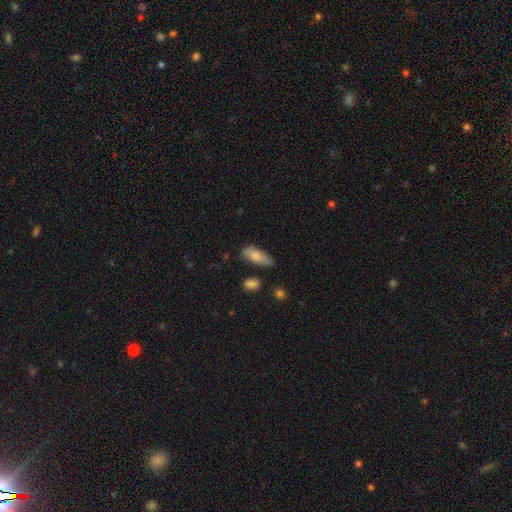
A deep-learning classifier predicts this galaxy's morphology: Smooth or featured?
  - smooth: 78% *
  - featured or disk: 15%
  - star or artifact: 6%
How rounded?
  - in between: 78% *
  - cigar-shaped: 20%
  - round: 2%
Merging?
  - none: 64% *
  - minor disturbance: 26%
  - major disturbance: 6%
  - merger: 4%